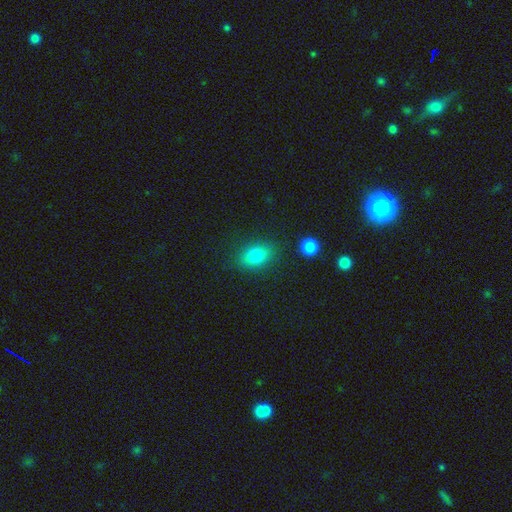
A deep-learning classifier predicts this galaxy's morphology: A smooth galaxy with no disk features (82%) that is in between round and cigar-shaped (81%). Merging: none (83%).